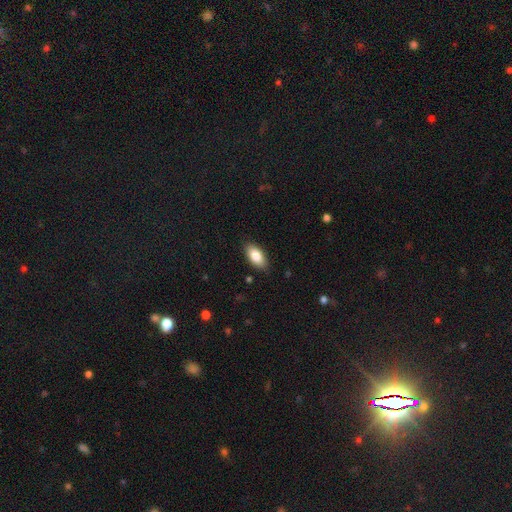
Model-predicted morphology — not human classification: This appears to be a smooth galaxy with no disk features (85%) that is in between round and cigar-shaped (92%). Merging: none (86%).